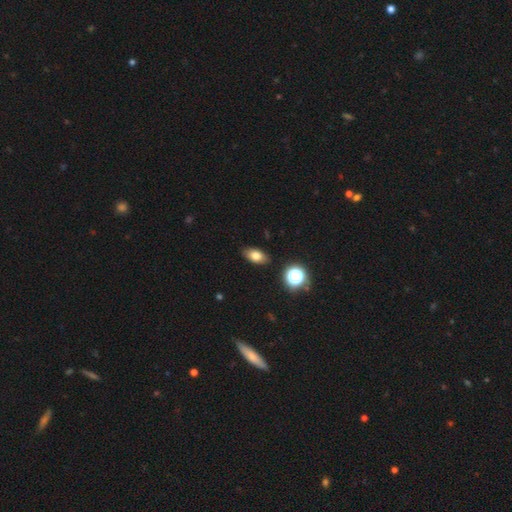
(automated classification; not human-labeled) Morphology: type=smooth (78%); roundness=in between (87%); merging=none (87%).